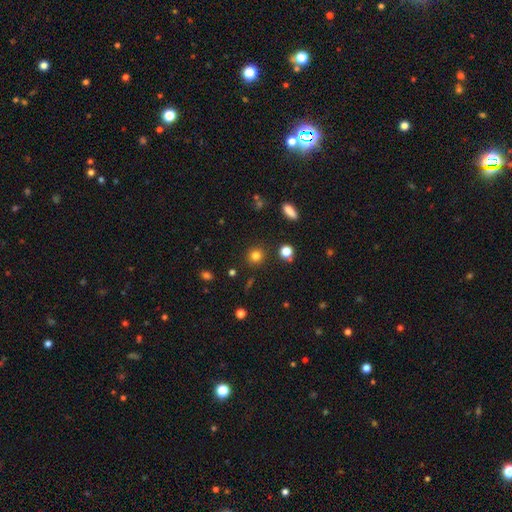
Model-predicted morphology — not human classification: This is clearly a smooth galaxy (80%). How rounded: clearly round (90%). Merging: clearly none (89%).